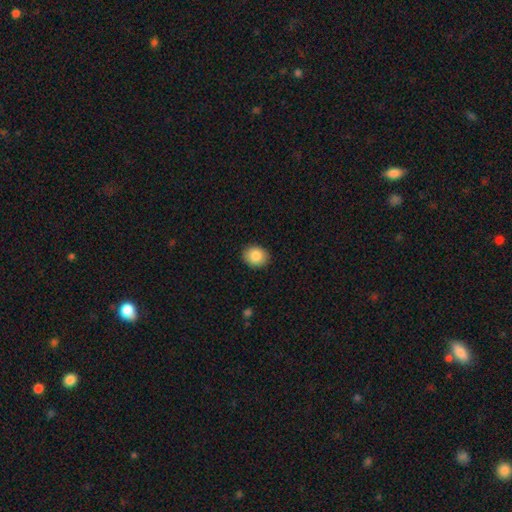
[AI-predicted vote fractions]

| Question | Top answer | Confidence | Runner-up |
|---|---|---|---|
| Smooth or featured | smooth | 86% | star or artifact (8%) |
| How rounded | round | 65% | in between (34%) |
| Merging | none | 90% | minor disturbance (7%) |